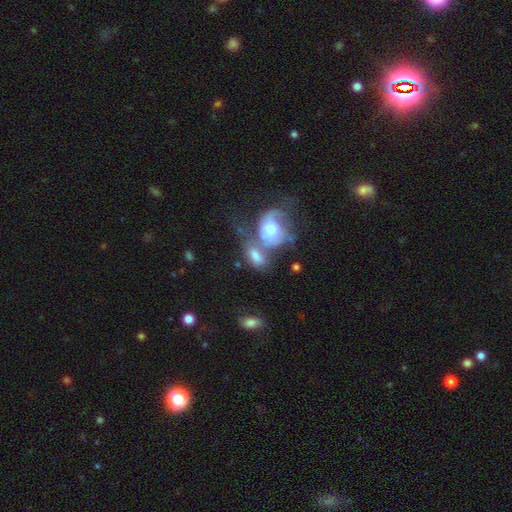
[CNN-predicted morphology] Smooth or featured? Predicted: smooth (p=0.60). How rounded? Predicted: in between (p=0.85). Merging? Predicted: merger (p=0.56).